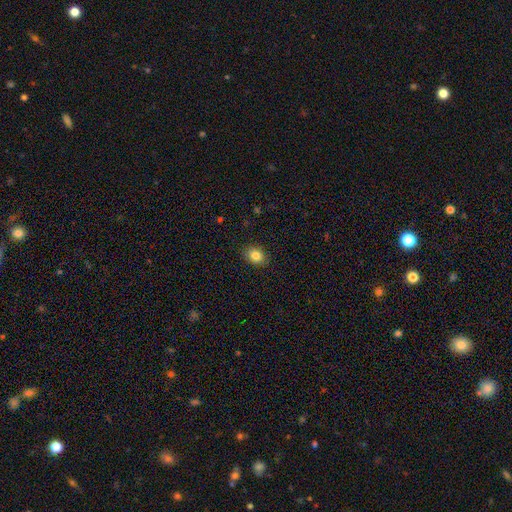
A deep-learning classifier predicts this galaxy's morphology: smooth_or_featured: smooth (p=0.84) [alt: star or artifact p=0.09]
how_rounded: in between (p=0.59) [alt: round p=0.40]
merging: none (p=0.88) [alt: minor disturbance p=0.09]